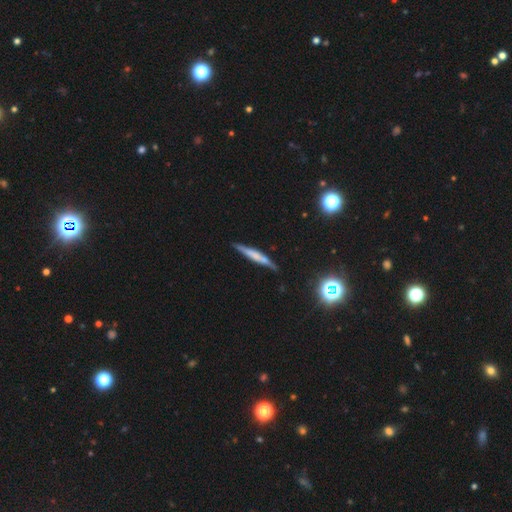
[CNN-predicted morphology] Smooth or featured? featured or disk (49%)
Merging? none (82%)